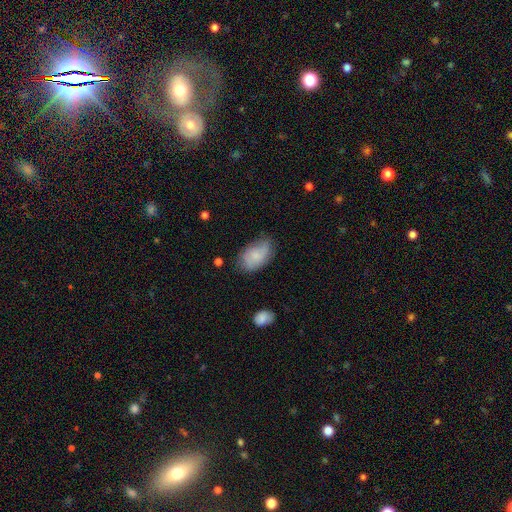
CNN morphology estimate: A smooth galaxy with no disk features (69%) that is in between round and cigar-shaped (91%).

Vote fractions:
- Smooth or featured? smooth: 69% / featured or disk: 24% / star or artifact: 7%
- How rounded? in between: 91% / round: 8% / cigar-shaped: 1%
- Merging? none: 63% / minor disturbance: 29% / major disturbance: 7% / merger: 2%